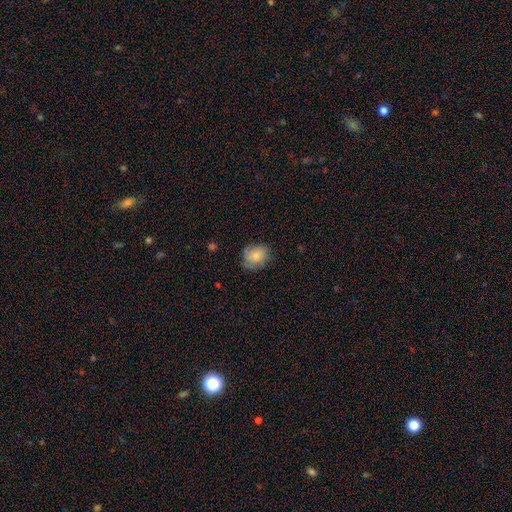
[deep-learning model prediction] Smooth or featured? smooth (77%)
How rounded? in between (50%)
Merging? none (67%)